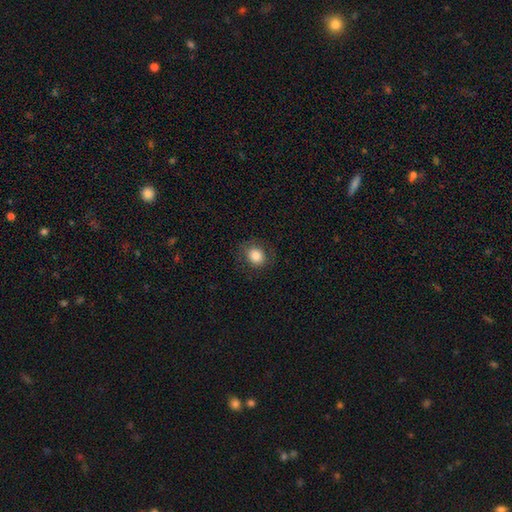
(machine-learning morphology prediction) This is clearly a smooth galaxy (83%). How rounded: likely round (74%). Merging: clearly none (84%).